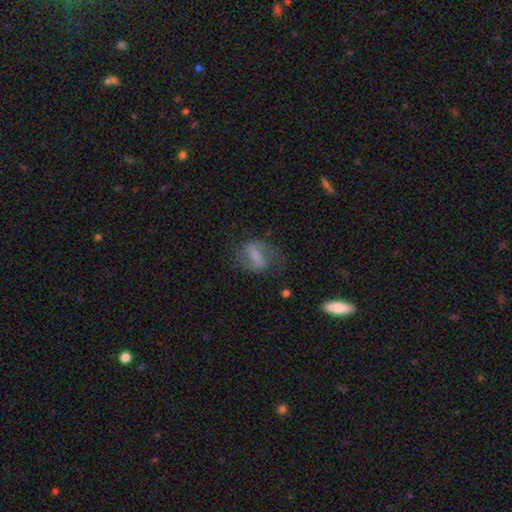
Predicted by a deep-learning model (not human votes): smooth-or-featured: featured or disk: 68% | smooth: 24% | star or artifact: 8%
  disk-edge-on: no: 96% | yes: 4%
    bar: strong: 50% | weak: 36% | no: 14%
    has-spiral-arms: yes: 88% | no: 12%
      spiral-winding: medium: 49% | loose: 37% | tight: 15%
      spiral-arm-count: 2: 88% | can't tell: 6% | 1: 4% | 3: 1% | 4: 1% | more than 4: 1%
    bulge-size: none: 37% | small: 31% | moderate: 23% | large: 7% | dominant: 2%
  merging: none: 67% | minor disturbance: 18% | major disturbance: 13% | merger: 2%